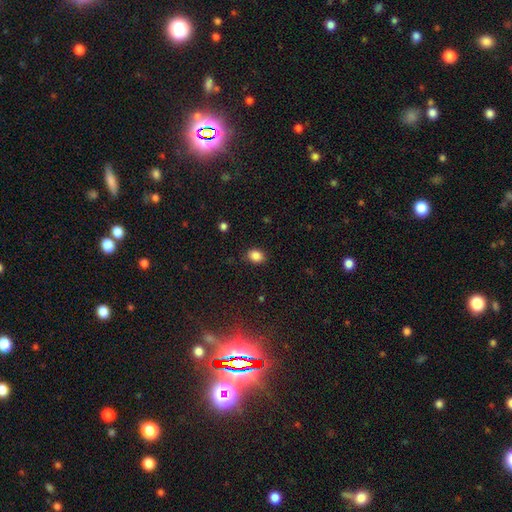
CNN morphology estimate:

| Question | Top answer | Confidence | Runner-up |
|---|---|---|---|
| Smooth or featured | smooth | 86% | star or artifact (10%) |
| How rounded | in between | 59% | round (40%) |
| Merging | none | 84% | minor disturbance (12%) |